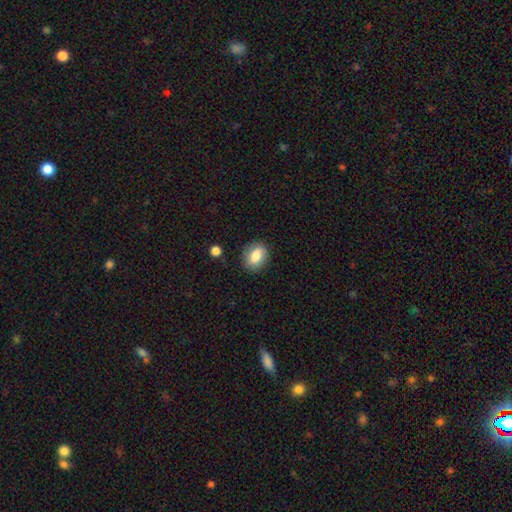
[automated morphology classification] Q: Smooth or featured?
A: smooth (81%); runner-up: featured or disk (11%)
Q: How rounded?
A: in between (70%); runner-up: round (28%)
Q: Merging?
A: none (83%); runner-up: minor disturbance (12%)